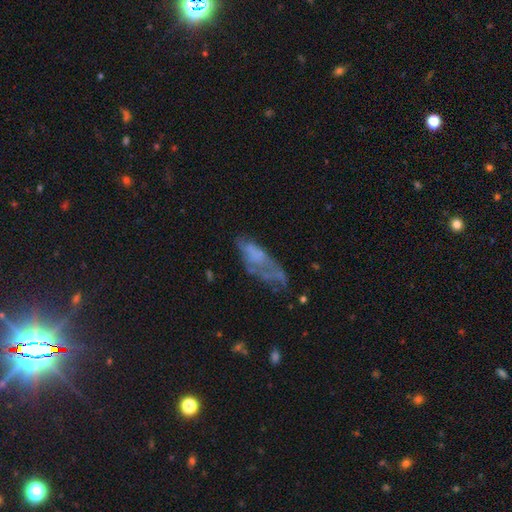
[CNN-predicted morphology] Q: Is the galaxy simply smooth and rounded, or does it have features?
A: featured or disk — 47%.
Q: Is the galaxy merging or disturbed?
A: none — 34%.